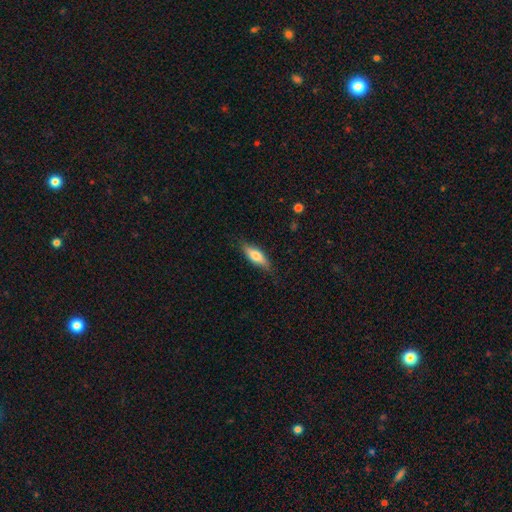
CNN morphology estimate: Smooth or featured: smooth — 69% (featured or disk — 25%)
How rounded: in between — 57% (cigar-shaped — 41%)
Merging: none — 80% (minor disturbance — 16%)